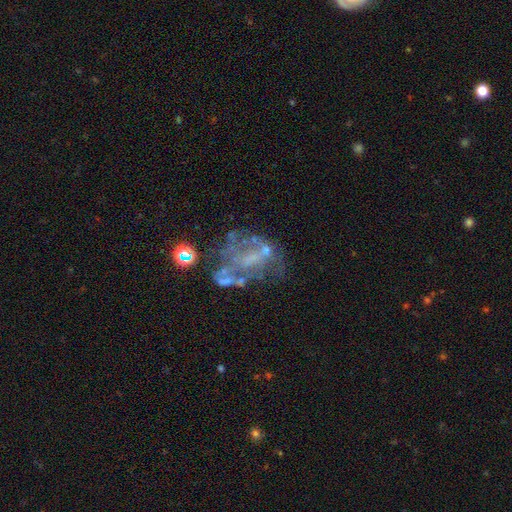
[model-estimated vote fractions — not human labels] Overall: featured or disk (69%). Edge-on disk: no (98%). Bar: no (74%). Spiral arms: no (79%). Bulge size: none (62%). Merging: none (38%; major disturbance 31%).